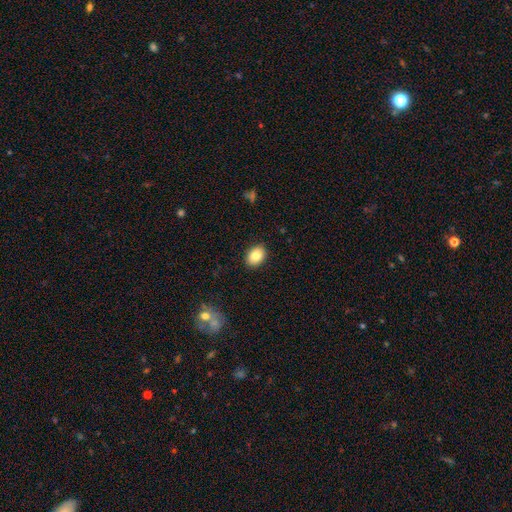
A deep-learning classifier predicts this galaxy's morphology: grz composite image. It shows a smooth galaxy with no disk features (84%) that is in between round and cigar-shaped (76%). Merging: none (89%).